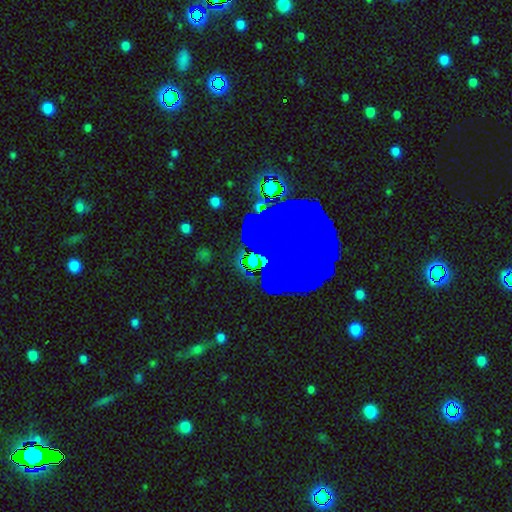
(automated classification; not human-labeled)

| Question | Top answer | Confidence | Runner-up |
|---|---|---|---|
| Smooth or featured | star or artifact | 77% | featured or disk (12%) |